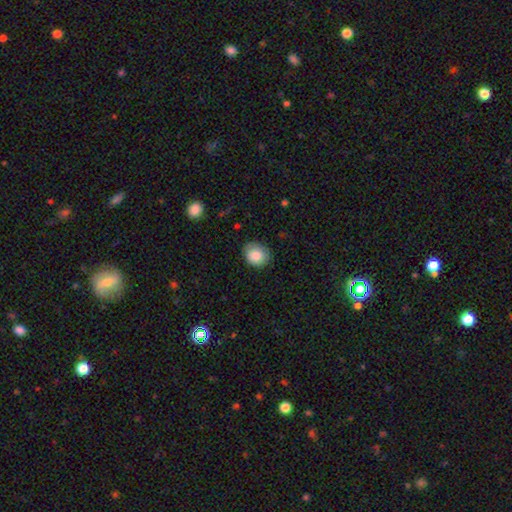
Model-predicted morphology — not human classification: Q: Smooth or featured?
A: smooth (86%); runner-up: star or artifact (8%)
Q: How rounded?
A: round (69%); runner-up: in between (30%)
Q: Merging?
A: none (76%); runner-up: minor disturbance (19%)